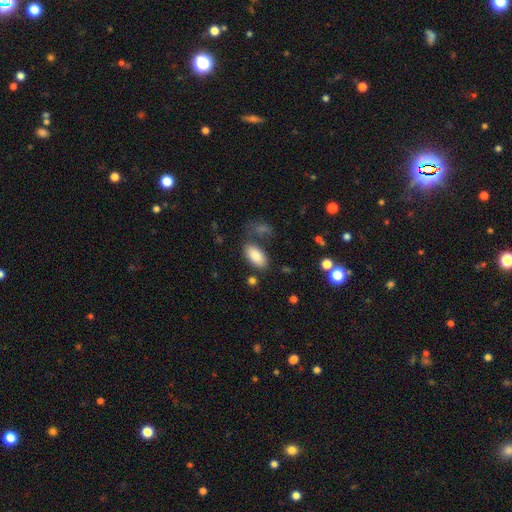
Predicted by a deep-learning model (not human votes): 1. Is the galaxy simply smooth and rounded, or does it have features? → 85% smooth, 8% featured or disk, 7% star or artifact.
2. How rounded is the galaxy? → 93% in between, 4% cigar-shaped, 3% round.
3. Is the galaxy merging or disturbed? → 70% none, 14% minor disturbance, 10% merger, 6% major disturbance.